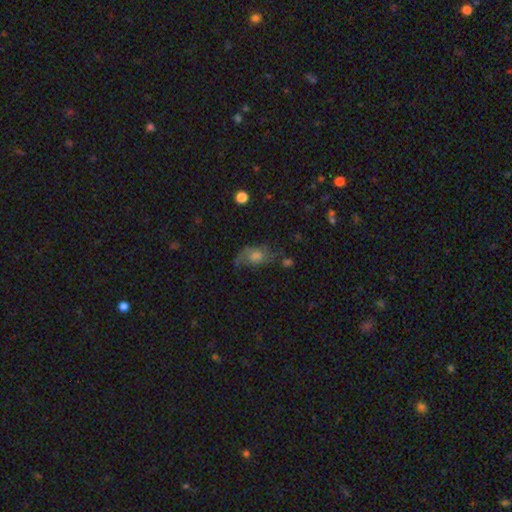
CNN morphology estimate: Smooth or featured? featured or disk (44%)
Merging? none (53%)